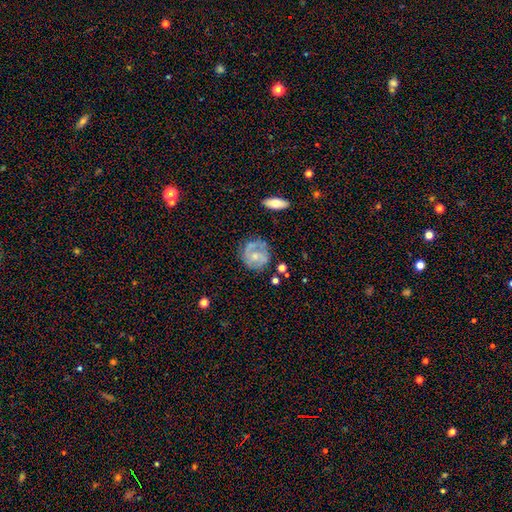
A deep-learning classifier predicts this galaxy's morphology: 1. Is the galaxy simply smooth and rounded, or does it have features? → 65% featured or disk, 28% smooth, 7% star or artifact.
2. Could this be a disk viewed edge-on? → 97% no, 3% yes.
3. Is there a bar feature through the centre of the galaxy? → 65% no, 29% weak, 6% strong.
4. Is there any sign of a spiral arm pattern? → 80% yes, 20% no.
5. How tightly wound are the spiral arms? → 46% tight, 37% medium, 17% loose.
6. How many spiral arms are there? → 53% 2, 20% 1, 20% can't tell, 5% 3, 2% 4, 1% more than 4.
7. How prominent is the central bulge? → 46% small, 40% moderate, 10% none, 3% large, 1% dominant.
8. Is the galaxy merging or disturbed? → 65% none, 21% minor disturbance, 11% major disturbance, 3% merger.